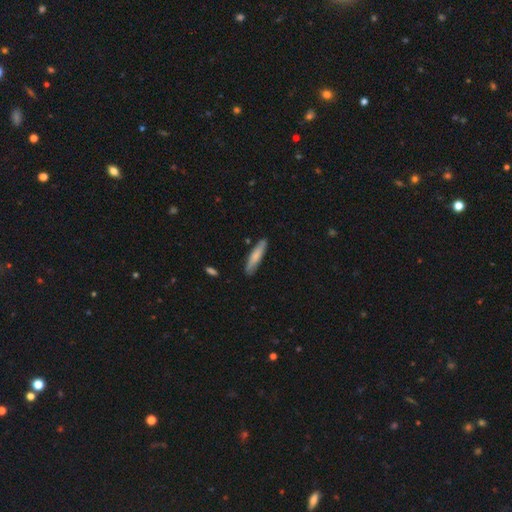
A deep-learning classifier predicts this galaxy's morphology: This appears to be a smooth galaxy with no disk features (73%) that is cigar-shaped (86%). Merging: none (85%).